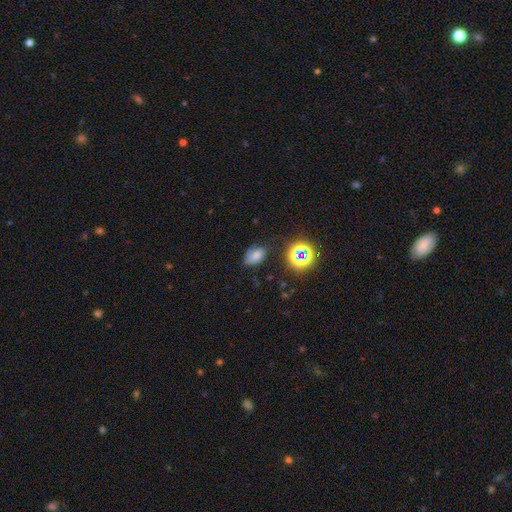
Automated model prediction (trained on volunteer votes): The model was most divided on "smooth or featured": smooth: 51%, featured or disk: 29%, star or artifact: 20%. More confident: how rounded — in between (79%); merging — none (59%).